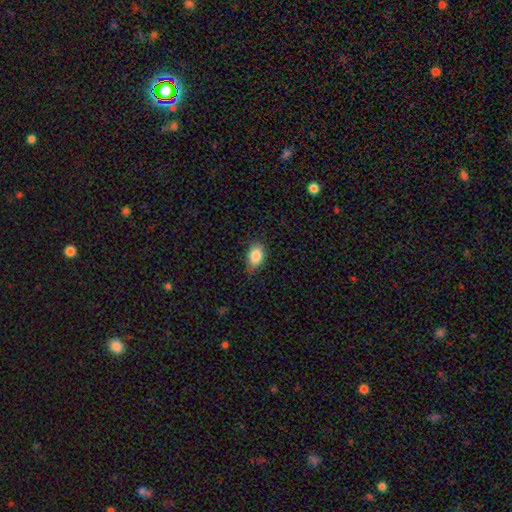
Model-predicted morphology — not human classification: This appears to be a smooth galaxy with no disk features (86%) that is in between round and cigar-shaped (86%). Merging: none (77%).